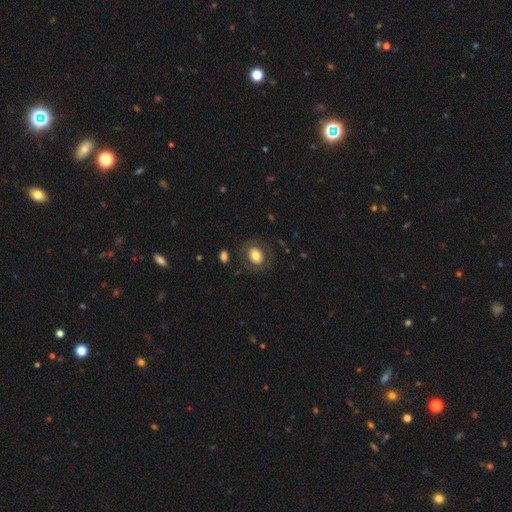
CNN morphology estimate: A smooth galaxy with no disk features (72%) that is in between round and cigar-shaped (53%).

Vote fractions:
- Smooth or featured? smooth: 72% / featured or disk: 19% / star or artifact: 8%
- How rounded? in between: 53% / round: 46% / cigar-shaped: 1%
- Merging? none: 78% / minor disturbance: 12% / major disturbance: 8% / merger: 2%